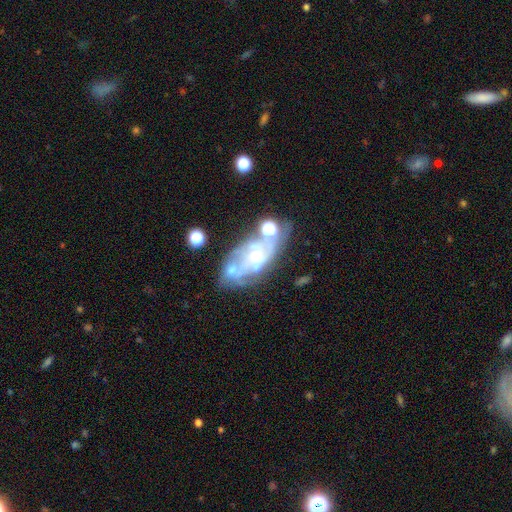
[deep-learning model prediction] Morphology: type=featured or disk (74%); edge-on=no (95%); bar=no (75%); spiral arms=yes (65%); bulge=small (60%); merging=none (44%).